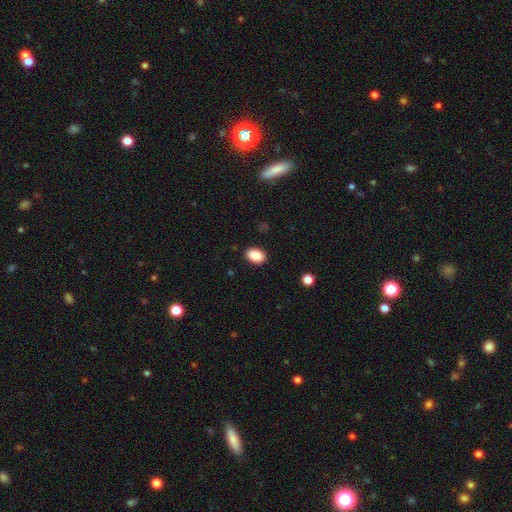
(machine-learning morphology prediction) This appears to be a smooth galaxy with no disk features (88%) that is in between round and cigar-shaped (85%). Merging: none (89%).